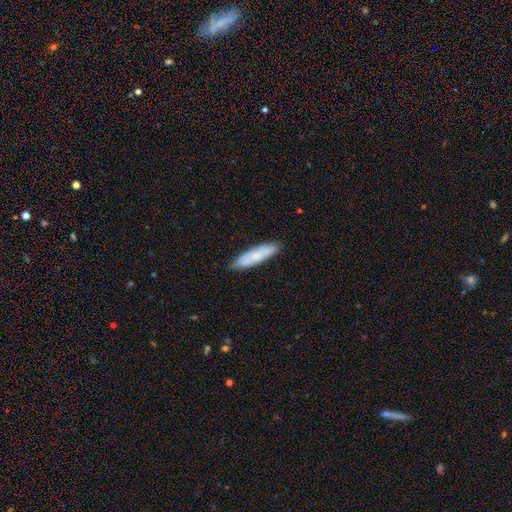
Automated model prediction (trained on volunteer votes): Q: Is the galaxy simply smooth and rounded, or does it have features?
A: smooth — 72%.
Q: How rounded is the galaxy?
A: cigar-shaped — 71%.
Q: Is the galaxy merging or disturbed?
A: none — 87%.